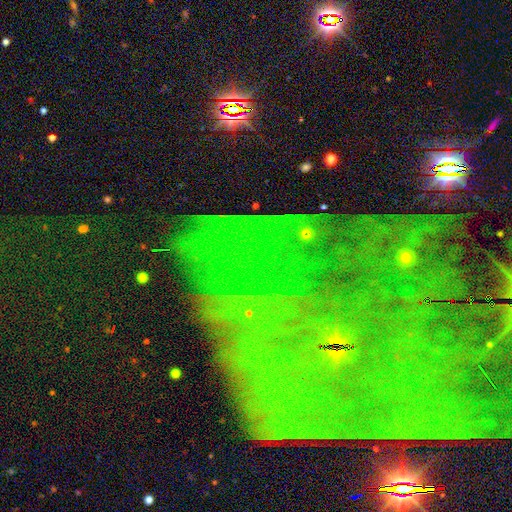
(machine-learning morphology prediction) Smooth or featured? star or artifact (71%)